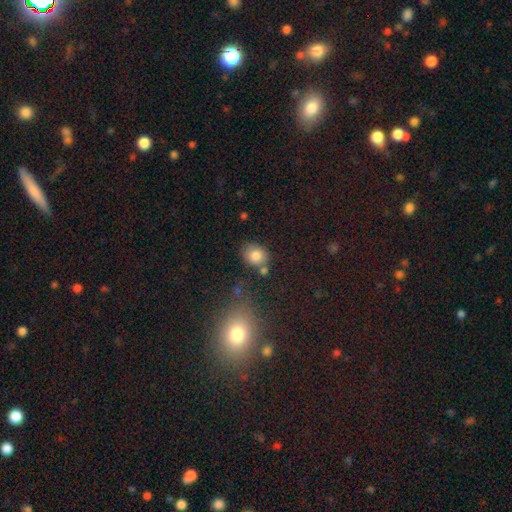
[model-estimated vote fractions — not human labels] Overall: smooth (82%). How rounded: round (57%; in between 41%). Merging: none (68%).